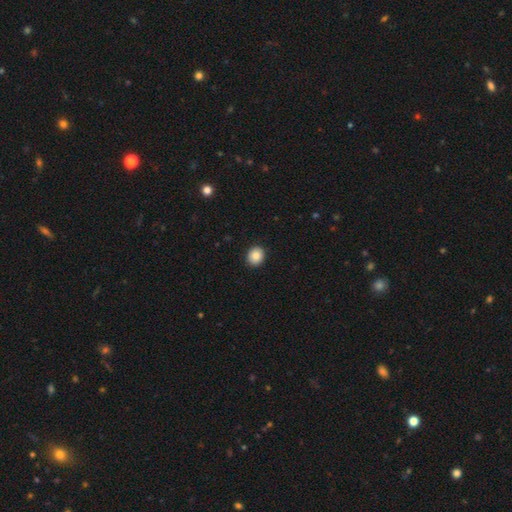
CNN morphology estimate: Smooth or featured? Predicted: smooth (p=0.87). How rounded? Predicted: round (p=0.72). Merging? Predicted: none (p=0.92).